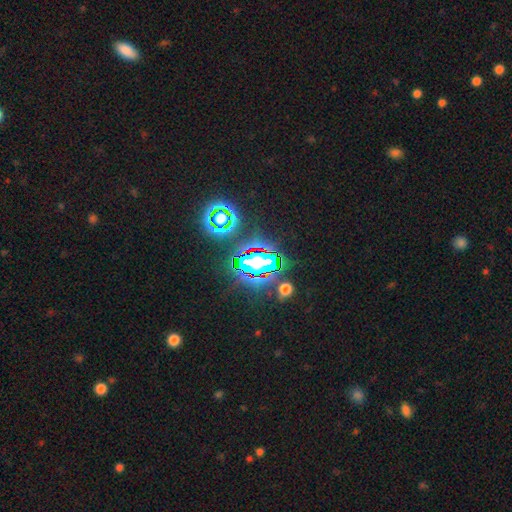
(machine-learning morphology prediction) Smooth or featured: star or artifact — 75% (smooth — 14%)